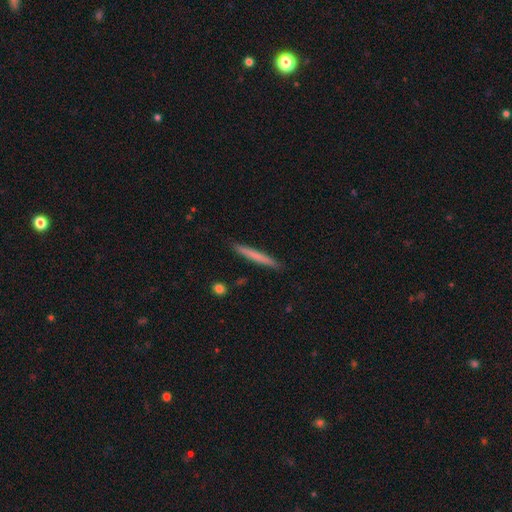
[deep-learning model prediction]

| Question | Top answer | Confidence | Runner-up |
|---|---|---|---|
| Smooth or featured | smooth | 67% | featured or disk (27%) |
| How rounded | cigar-shaped | 97% | in between (2%) |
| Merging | none | 91% | minor disturbance (6%) |